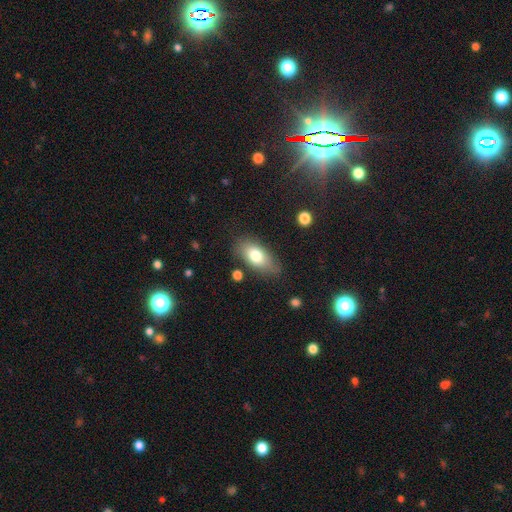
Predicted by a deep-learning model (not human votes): Overall: smooth (75%). How rounded: in between (88%). Merging: none (74%).